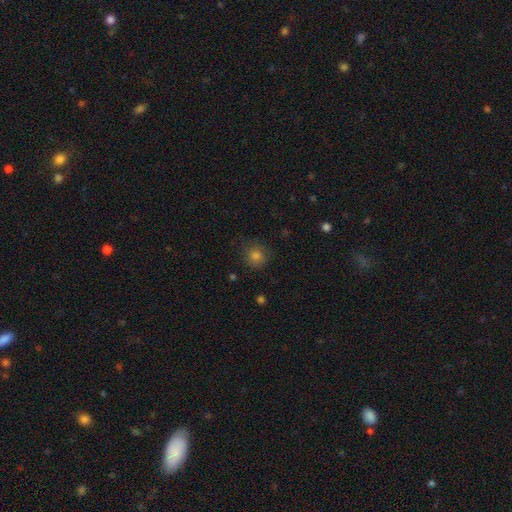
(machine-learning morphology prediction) This appears to be a smooth galaxy with no disk features (77%) that is round (86%). Merging: none (79%).